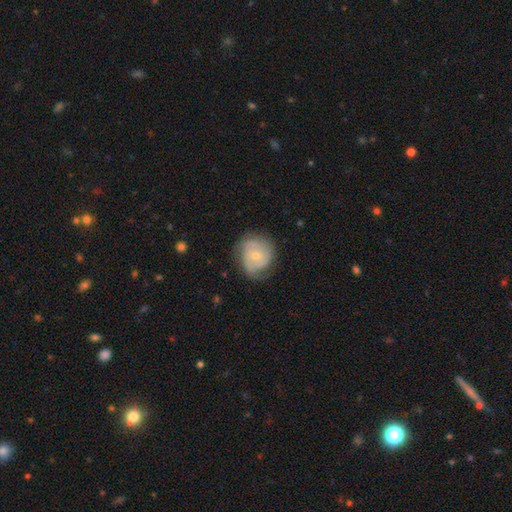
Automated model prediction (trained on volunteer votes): Overall: featured or disk (59%; smooth 35%). Edge-on disk: no (97%). Bar: no (79%). Spiral arms: yes (83%). Bulge size: small (67%; moderate 30%). Merging: none (62%; minor disturbance 26%).